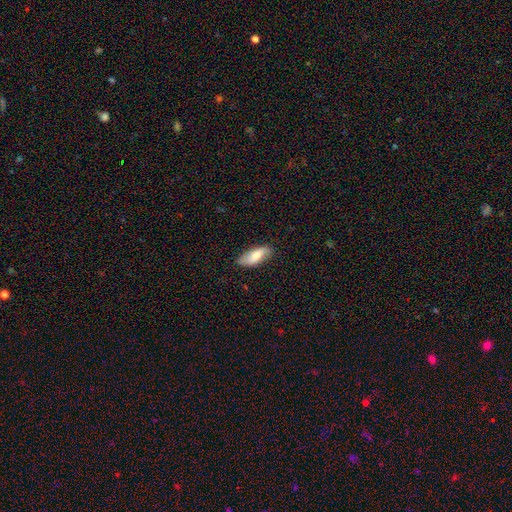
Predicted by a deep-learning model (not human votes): A smooth galaxy with no disk features (63%) that is in between round and cigar-shaped (76%).

Vote fractions:
- Smooth or featured? smooth: 63% / featured or disk: 30% / star or artifact: 6%
- How rounded? in between: 76% / cigar-shaped: 21% / round: 3%
- Merging? none: 79% / minor disturbance: 16% / major disturbance: 3% / merger: 1%